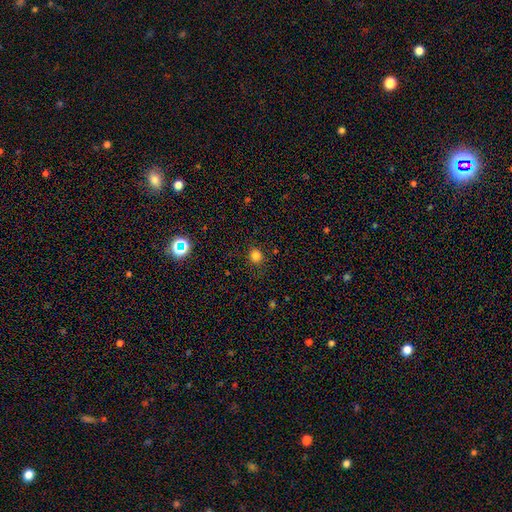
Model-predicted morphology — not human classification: smooth-or-featured: smooth: 80% | star or artifact: 16% | featured or disk: 4%
  how-rounded: round: 85% | in between: 14% | cigar-shaped: 1%
  merging: none: 86% | minor disturbance: 9% | major disturbance: 3% | merger: 1%